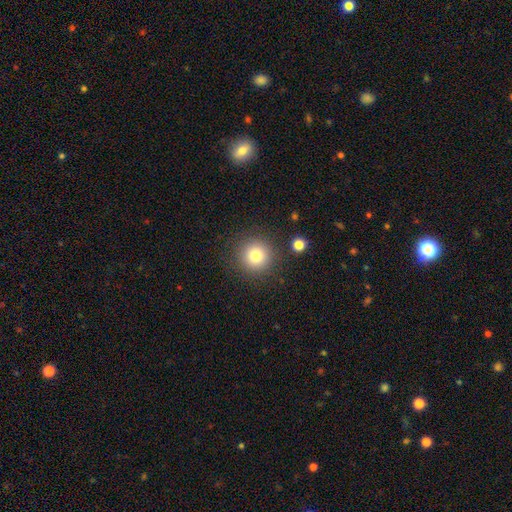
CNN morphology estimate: Smooth or featured?
  - smooth: 79% *
  - star or artifact: 12%
  - featured or disk: 8%
How rounded?
  - round: 95% *
  - in between: 4%
  - cigar-shaped: 1%
Merging?
  - none: 87% *
  - minor disturbance: 7%
  - merger: 3%
  - major disturbance: 3%